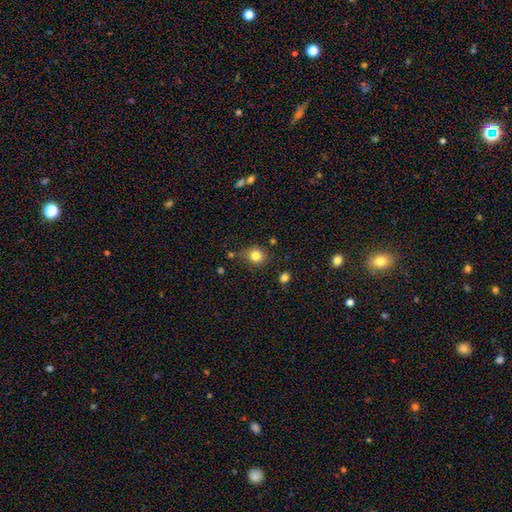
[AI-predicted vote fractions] Smooth or featured? Predicted: smooth (p=0.82). How rounded? Predicted: round (p=0.79). Merging? Predicted: none (p=0.67).